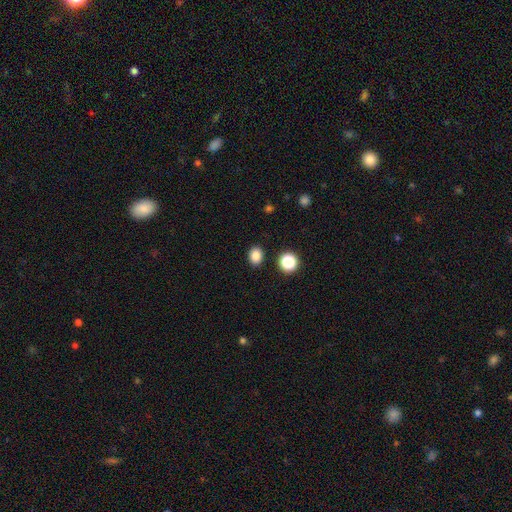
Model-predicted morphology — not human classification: smooth_or_featured: smooth (p=0.85) [alt: star or artifact p=0.12]
how_rounded: in between (p=0.53) [alt: round p=0.46]
merging: none (p=0.88) [alt: minor disturbance p=0.08]